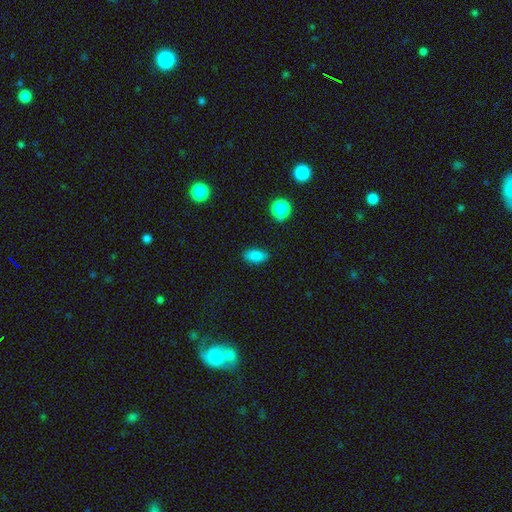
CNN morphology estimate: Smooth or featured? Predicted: smooth (p=0.85). How rounded? Predicted: in between (p=0.89). Merging? Predicted: none (p=0.85).